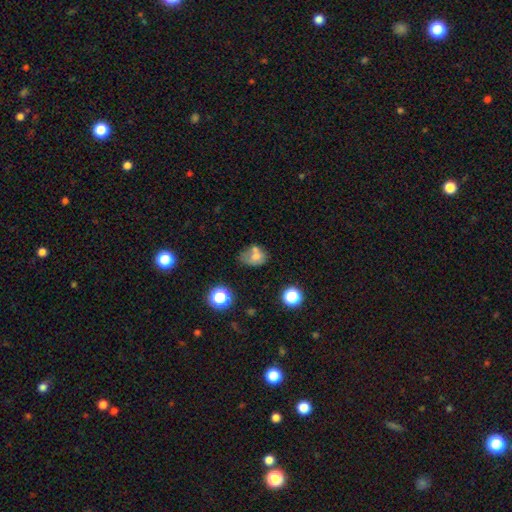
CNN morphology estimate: Smooth or featured?
  - smooth: 62% *
  - featured or disk: 24%
  - star or artifact: 14%
How rounded?
  - in between: 62% *
  - round: 36%
  - cigar-shaped: 1%
Merging?
  - merger: 35% *
  - none: 34%
  - minor disturbance: 19%
  - major disturbance: 11%